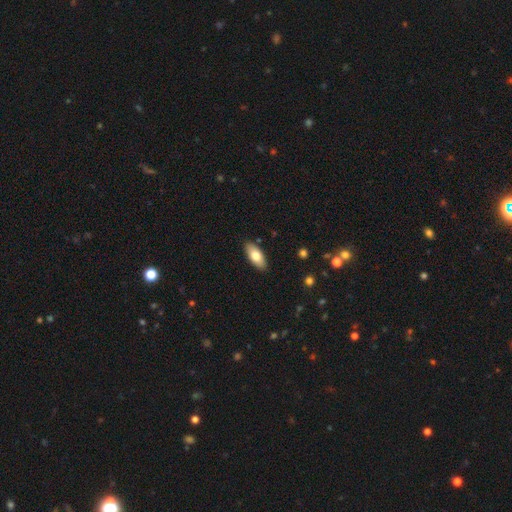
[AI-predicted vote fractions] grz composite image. It shows a smooth galaxy with no disk features (74%) that is in between round and cigar-shaped (87%). Merging: none (89%).